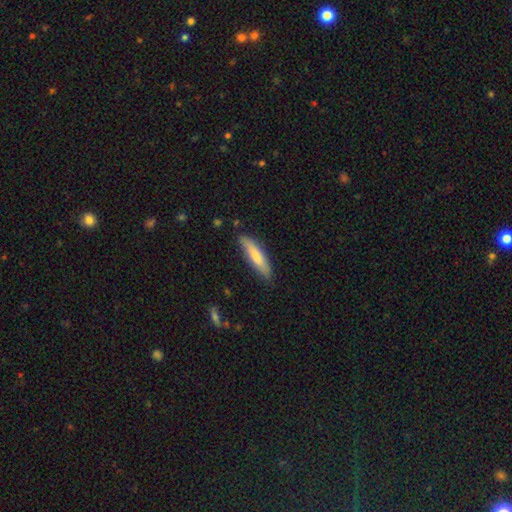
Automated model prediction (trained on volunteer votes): Morphology: type=smooth (63%); roundness=cigar-shaped (82%); merging=none (83%).